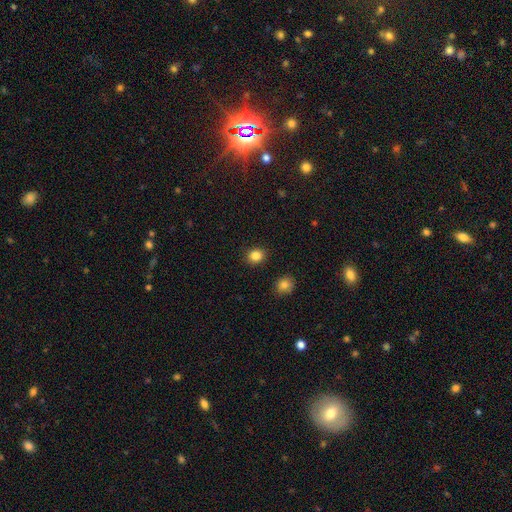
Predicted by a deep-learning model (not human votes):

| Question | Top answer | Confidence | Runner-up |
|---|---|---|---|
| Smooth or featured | smooth | 84% | star or artifact (11%) |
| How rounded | round | 69% | in between (30%) |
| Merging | none | 91% | minor disturbance (6%) |